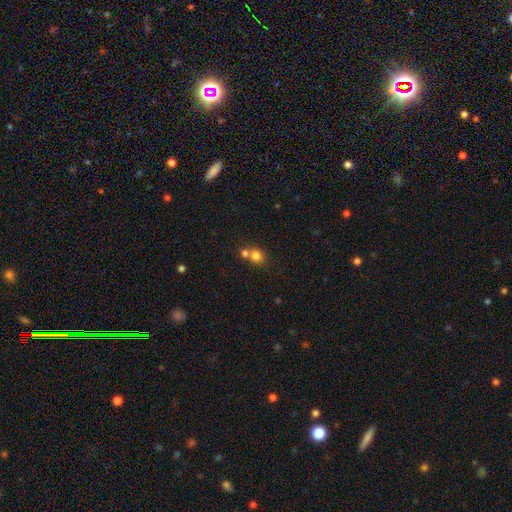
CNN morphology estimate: A smooth galaxy with no disk features (79%) that is round (81%).

Vote fractions:
- Smooth or featured? smooth: 79% / star or artifact: 12% / featured or disk: 9%
- How rounded? round: 81% / in between: 18% / cigar-shaped: 1%
- Merging? merger: 47% / none: 44% / minor disturbance: 6% / major disturbance: 3%